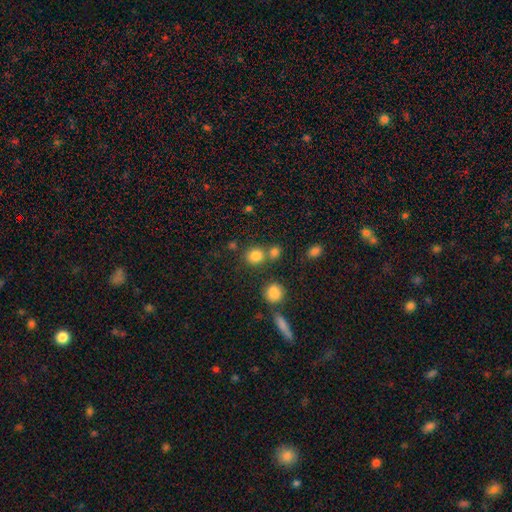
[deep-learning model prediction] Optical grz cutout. It shows a smooth galaxy with no disk features (81%) that is round (82%). Merging: none (66%).